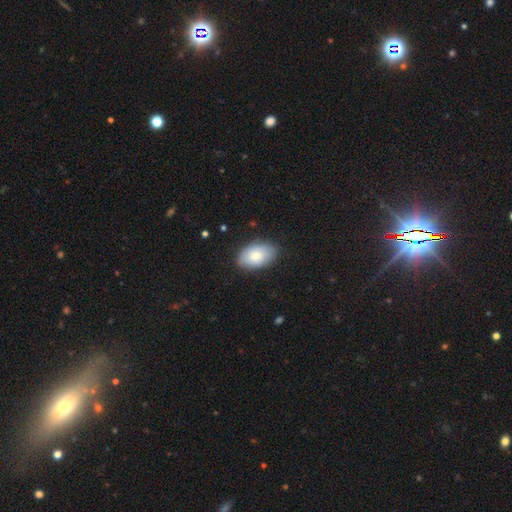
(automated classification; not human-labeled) Smooth or featured? Predicted: smooth (p=0.75). How rounded? Predicted: in between (p=0.92). Merging? Predicted: none (p=0.83).